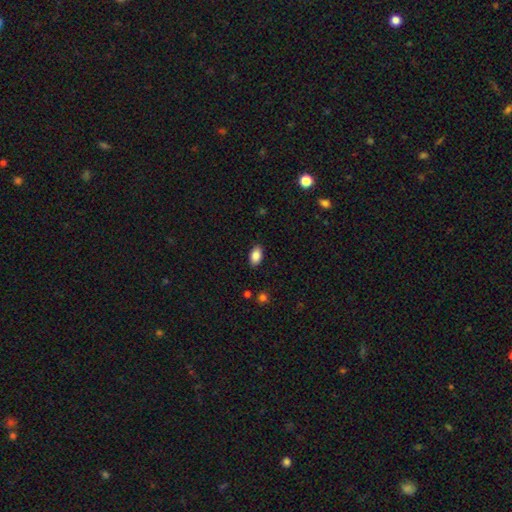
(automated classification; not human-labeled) Overall: smooth (87%). How rounded: in between (92%). Merging: none (88%).